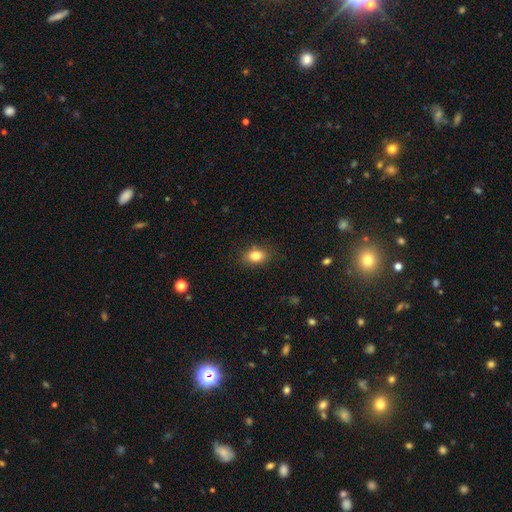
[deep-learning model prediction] Smooth or featured?
  - smooth: 82% *
  - star or artifact: 10%
  - featured or disk: 8%
How rounded?
  - in between: 74% *
  - round: 24%
  - cigar-shaped: 2%
Merging?
  - none: 84% *
  - minor disturbance: 12%
  - major disturbance: 3%
  - merger: 2%